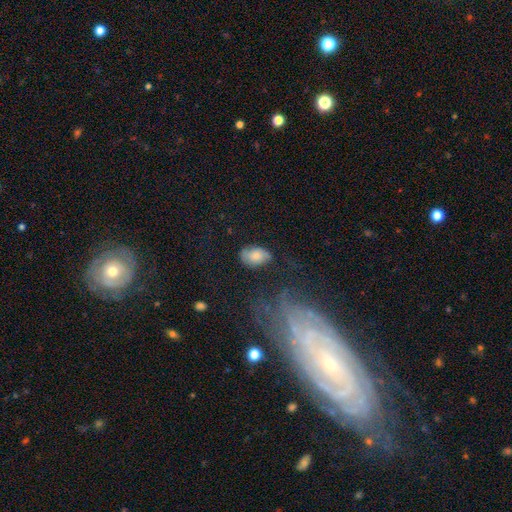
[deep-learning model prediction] smooth 74%, featured or disk 18%, star or artifact 9%. Down the decision tree: how rounded — in between (84%); merging — none (63%).